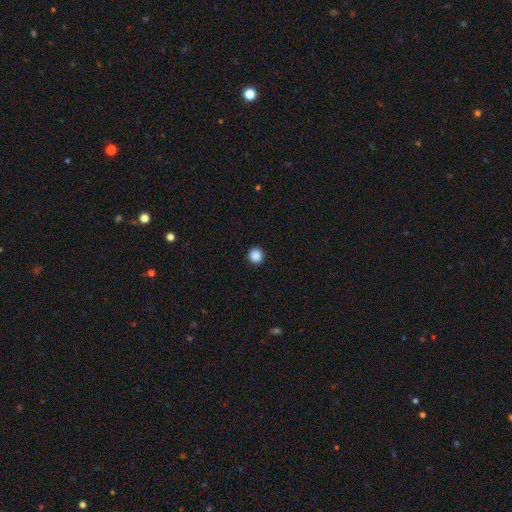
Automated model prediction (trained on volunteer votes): This appears to be a smooth galaxy with no disk features (88%) that is round (95%). Merging: none (93%).